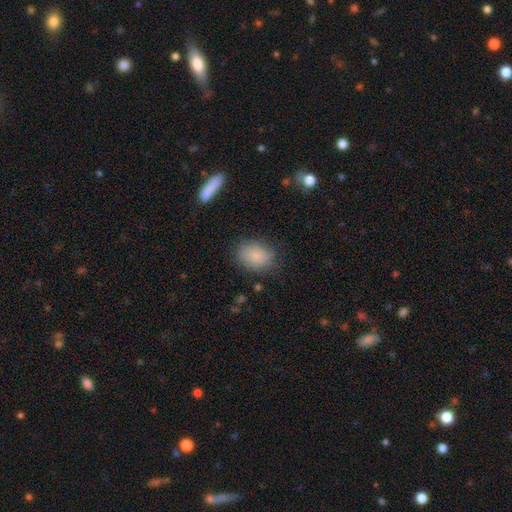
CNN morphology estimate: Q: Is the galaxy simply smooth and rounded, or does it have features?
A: smooth — 84%.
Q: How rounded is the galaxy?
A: in between — 70%.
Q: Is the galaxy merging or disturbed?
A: none — 76%.